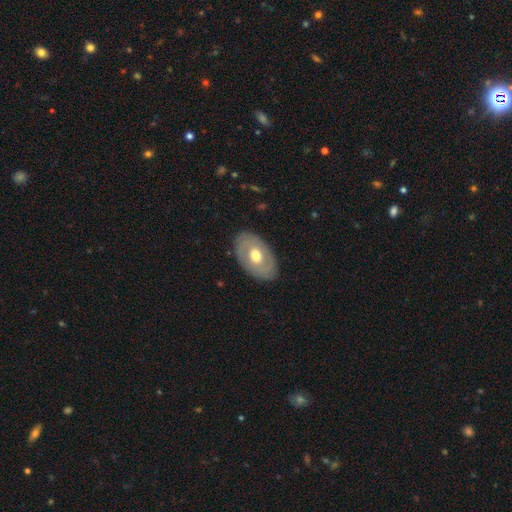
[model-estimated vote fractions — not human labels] A featured or disk galaxy (48%). Merging: none (85%).